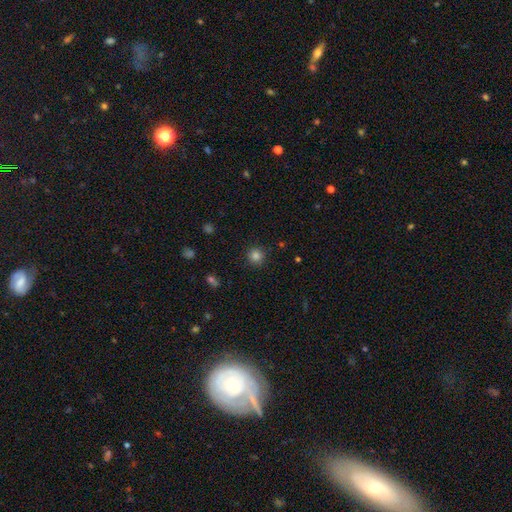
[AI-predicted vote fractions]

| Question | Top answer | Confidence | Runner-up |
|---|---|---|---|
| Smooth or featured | smooth | 83% | star or artifact (12%) |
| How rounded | round | 94% | in between (5%) |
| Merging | none | 90% | minor disturbance (6%) |